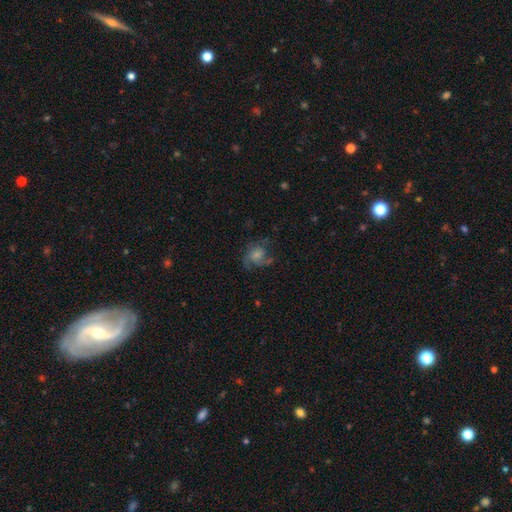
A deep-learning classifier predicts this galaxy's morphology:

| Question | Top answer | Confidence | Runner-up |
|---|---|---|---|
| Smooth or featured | featured or disk | 64% | smooth (22%) |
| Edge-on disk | no | 97% | yes (3%) |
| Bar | no | 73% | weak (23%) |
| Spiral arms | yes | 88% | no (12%) |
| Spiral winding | medium | 48% | tight (27%) |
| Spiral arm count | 3 | 29% | 2 (26%) |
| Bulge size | moderate | 42% | small (27%) |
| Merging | none | 60% | major disturbance (20%) |